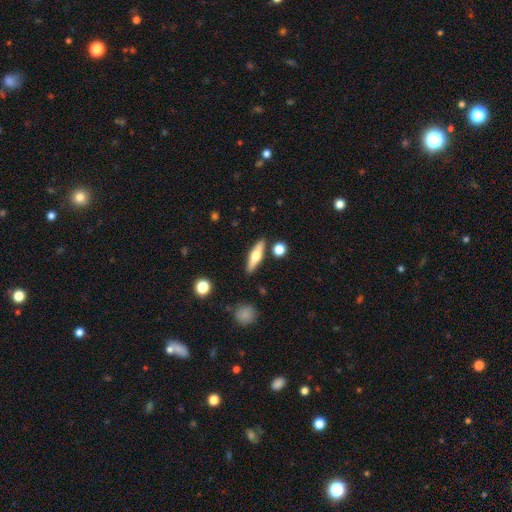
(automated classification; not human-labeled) Q: Smooth or featured?
A: featured or disk (49%); runner-up: smooth (45%)
Q: Merging?
A: none (84%); runner-up: minor disturbance (8%)